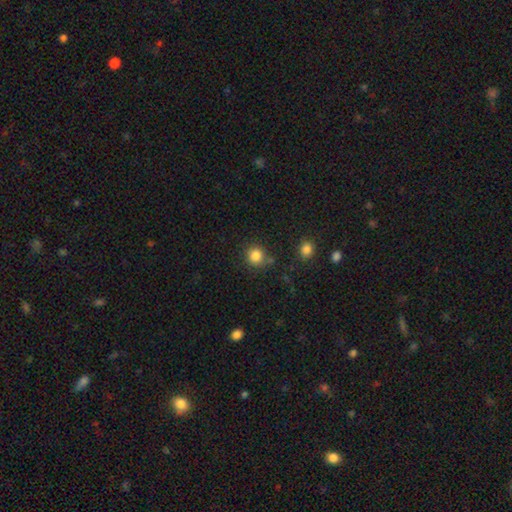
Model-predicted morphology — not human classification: This is clearly a smooth galaxy (84%). How rounded: clearly round (90%). Merging: likely none (79%).